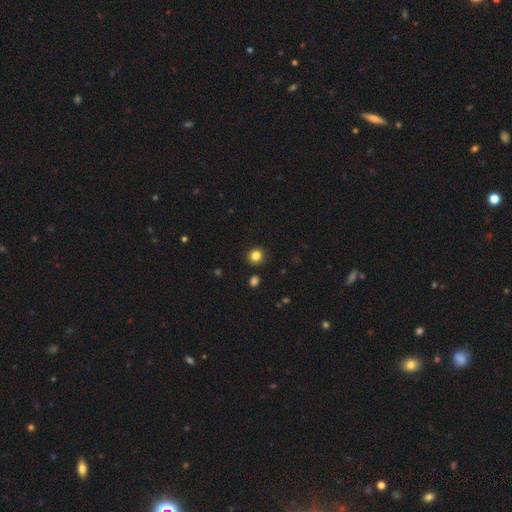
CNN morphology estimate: A smooth galaxy with no disk features (83%) that is round (92%).

Vote fractions:
- Smooth or featured? smooth: 83% / star or artifact: 12% / featured or disk: 5%
- How rounded? round: 92% / in between: 7% / cigar-shaped: 1%
- Merging? none: 91% / minor disturbance: 6% / merger: 2% / major disturbance: 2%